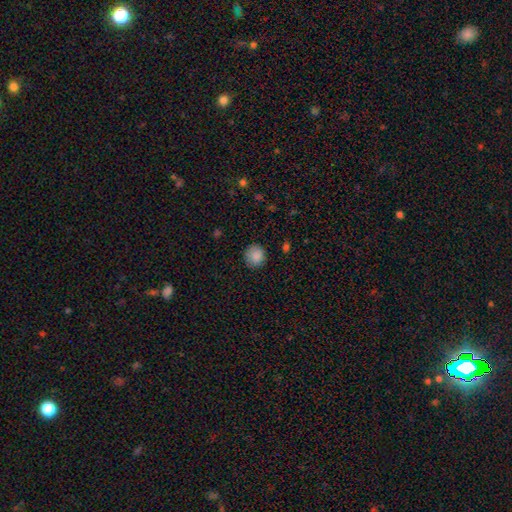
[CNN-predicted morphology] Smooth or featured? Predicted: smooth (p=0.87). How rounded? Predicted: round (p=0.87). Merging? Predicted: none (p=0.85).